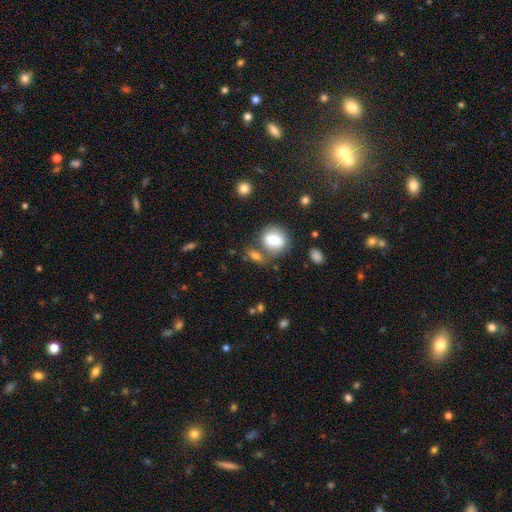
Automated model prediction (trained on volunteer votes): This is clearly a smooth galaxy (81%). How rounded: possibly in between (58%). Merging: possibly none (57%).